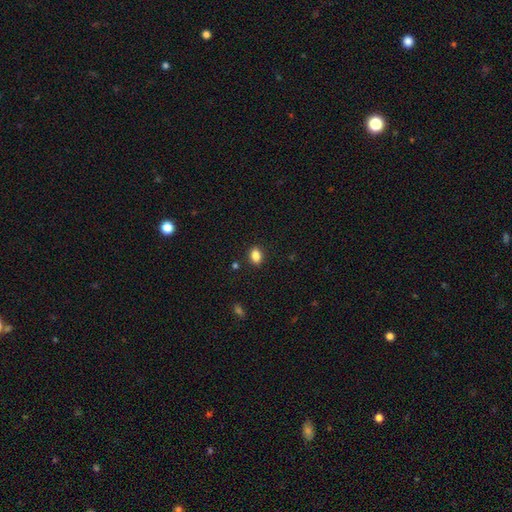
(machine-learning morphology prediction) Smooth or featured? Predicted: smooth (p=0.86). How rounded? Predicted: in between (p=0.77). Merging? Predicted: none (p=0.88).